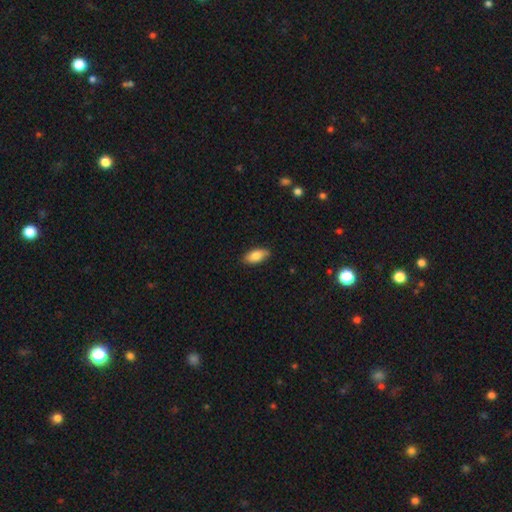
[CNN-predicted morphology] type=smooth (84%); roundness=in between (88%); merging=none (85%).